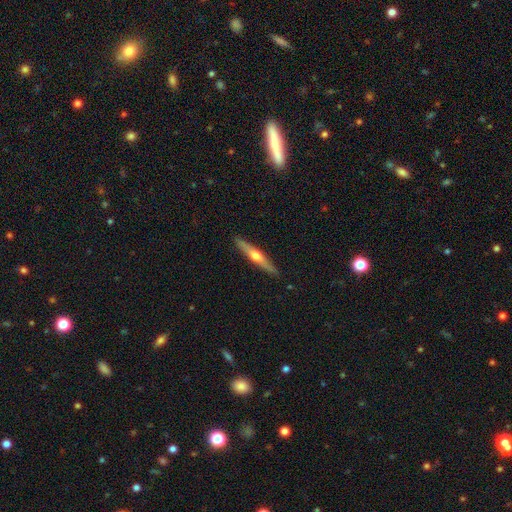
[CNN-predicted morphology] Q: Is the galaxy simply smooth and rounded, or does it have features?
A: featured or disk — 63%.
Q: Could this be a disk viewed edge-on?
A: yes — 96%.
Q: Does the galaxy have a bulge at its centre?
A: rounded — 90%.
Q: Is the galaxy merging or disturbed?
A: none — 90%.